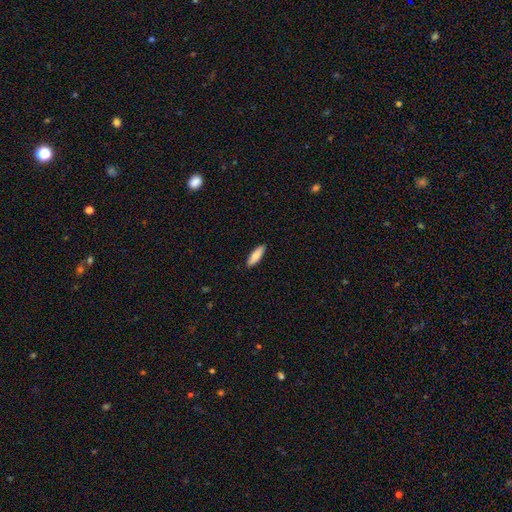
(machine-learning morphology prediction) This appears to be a smooth galaxy with no disk features (83%) that is in between round and cigar-shaped (55%). Merging: none (90%).